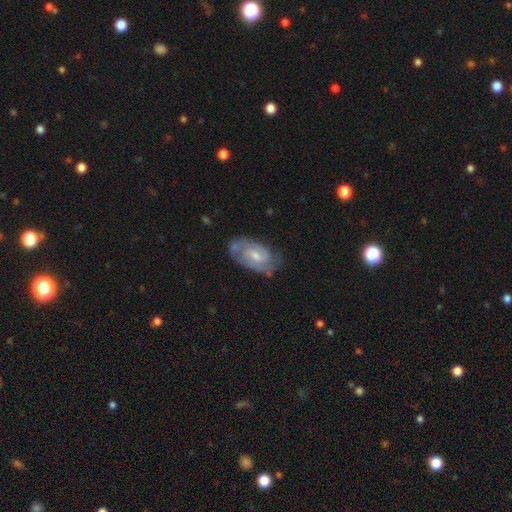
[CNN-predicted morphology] This appears to be a featured or disk galaxy (66%) with a weak bar (51%), 2 (55%) tight (49%) spiral arms (83%) and a moderate central bulge (51%). Merging: none (62%).